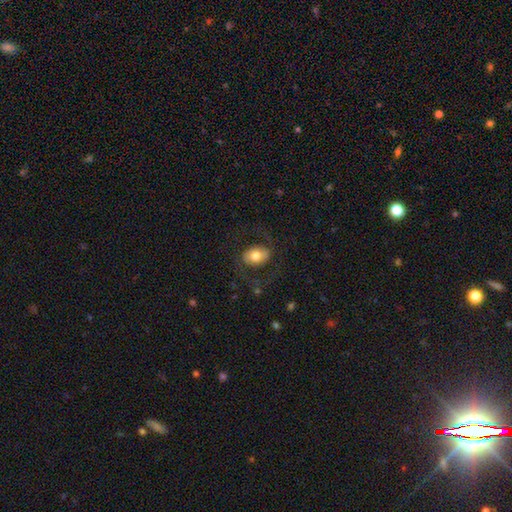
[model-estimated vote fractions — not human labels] smooth_or_featured: smooth (p=0.58) [alt: featured or disk p=0.34]
how_rounded: in between (p=0.74) [alt: round p=0.24]
merging: none (p=0.69) [alt: major disturbance p=0.15]